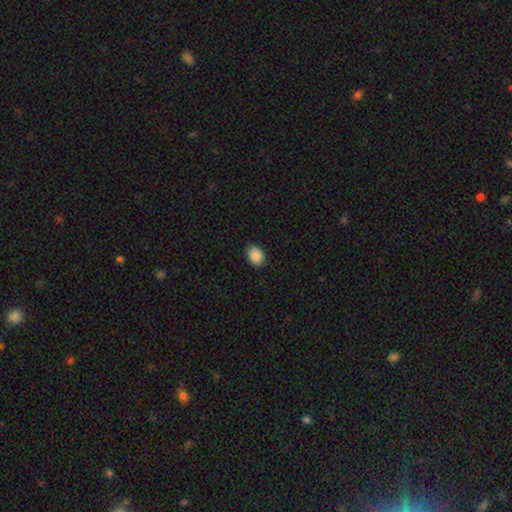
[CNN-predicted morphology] This is clearly a smooth galaxy (90%). How rounded: likely in between (69%). Merging: clearly none (86%).